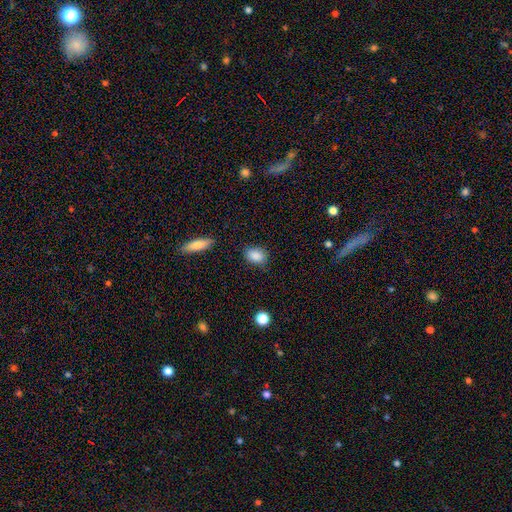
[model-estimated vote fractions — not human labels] A smooth galaxy with no disk features (87%) that is in between round and cigar-shaped (74%).

Vote fractions:
- Smooth or featured? smooth: 87% / star or artifact: 8% / featured or disk: 5%
- How rounded? in between: 74% / round: 24% / cigar-shaped: 2%
- Merging? none: 80% / minor disturbance: 14% / major disturbance: 3% / merger: 2%